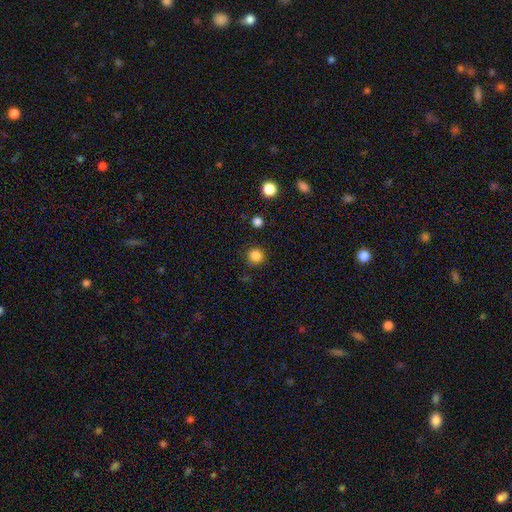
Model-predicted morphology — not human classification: smooth 85%, star or artifact 12%, featured or disk 3%. Down the decision tree: how rounded — round (94%); merging — none (87%).